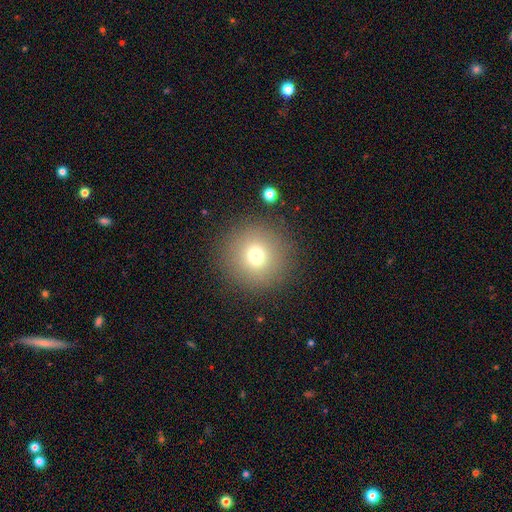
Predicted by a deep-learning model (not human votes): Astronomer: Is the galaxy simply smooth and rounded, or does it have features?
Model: smooth — 72%.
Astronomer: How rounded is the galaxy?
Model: round — 96%.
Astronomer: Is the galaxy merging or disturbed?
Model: none — 88%.